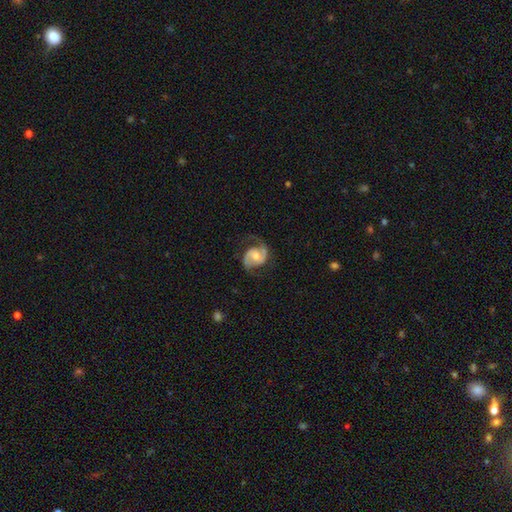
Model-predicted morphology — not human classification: Smooth or featured: featured or disk — 88% (smooth — 8%)
Edge-on disk: no — 98% (yes — 2%)
Bar: no — 45% (weak — 43%)
Spiral arms: yes — 97% (no — 3%)
Spiral winding: medium — 54% (tight — 23%)
Spiral arm count: 2 — 91% (1 — 3%)
Bulge size: moderate — 64% (small — 26%)
Merging: none — 73% (minor disturbance — 17%)